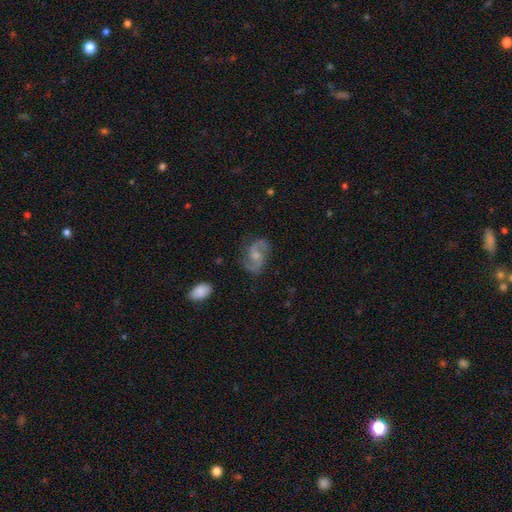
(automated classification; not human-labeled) Smooth or featured? featured or disk (81%)
Edge-on disk? no (98%)
Bar? no (52%)
Spiral arms? yes (95%)
Spiral winding? medium (52%)
Spiral arm count? 2 (92%)
Bulge size? moderate (50%)
Merging? none (76%)